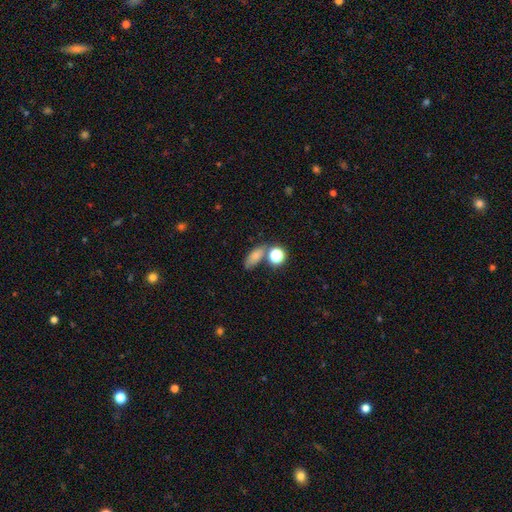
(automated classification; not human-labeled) A smooth galaxy with no disk features (73%) that is in between round and cigar-shaped (70%). Merging: none (52%).